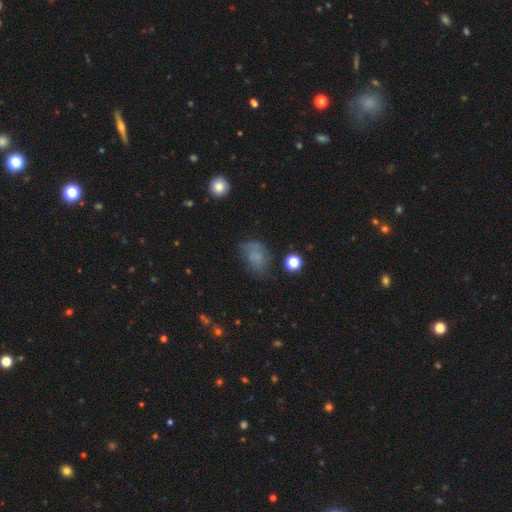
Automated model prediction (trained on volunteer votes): This appears to be a smooth galaxy with no disk features (62%) that is in between round and cigar-shaped (74%). Merging: none (44%).